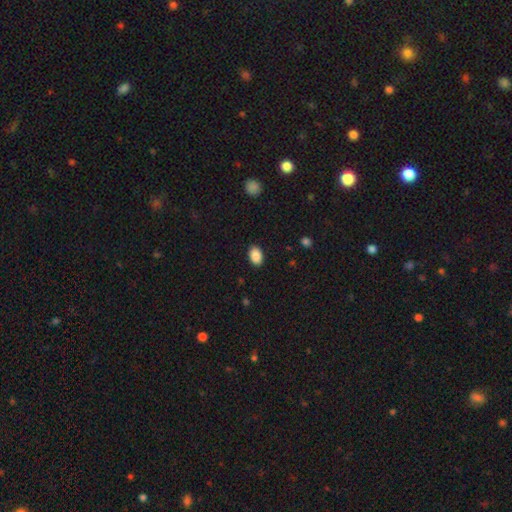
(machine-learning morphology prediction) This appears to be a smooth galaxy with no disk features (90%) that is in between round and cigar-shaped (88%). Merging: none (89%).